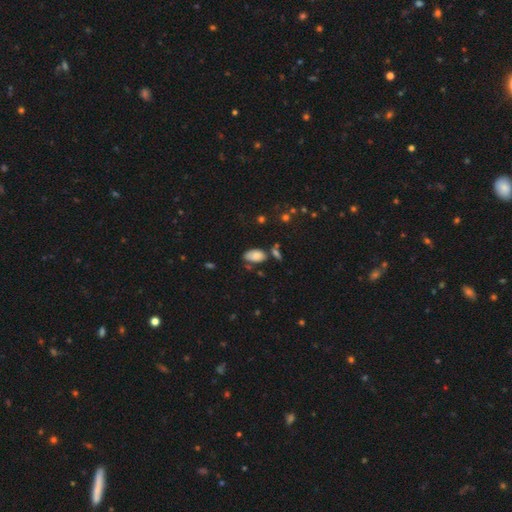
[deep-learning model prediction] A smooth galaxy with no disk features (84%) that is in between round and cigar-shaped (94%). Merging: none (60%).